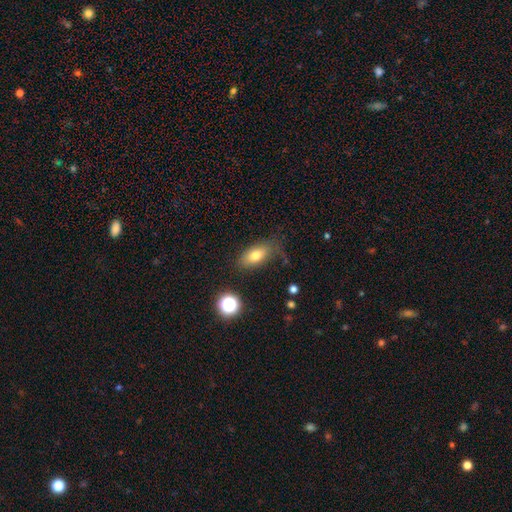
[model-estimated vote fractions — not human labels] Smooth or featured: smooth — 75% (featured or disk — 15%)
How rounded: in between — 84% (round — 8%)
Merging: none — 69% (minor disturbance — 20%)